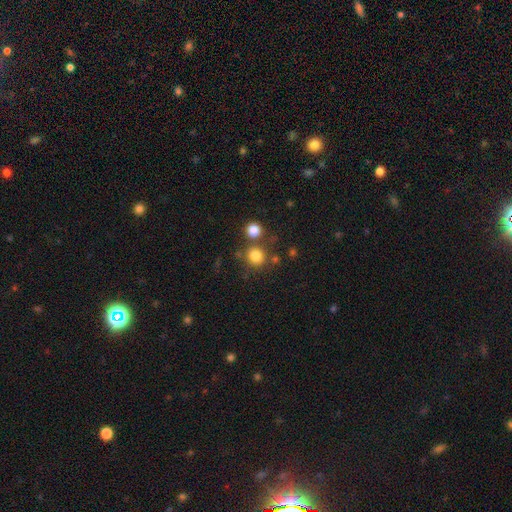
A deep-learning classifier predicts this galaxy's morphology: Smooth or featured: smooth — 81% (star or artifact — 13%)
How rounded: round — 88% (in between — 11%)
Merging: none — 72% (merger — 16%)